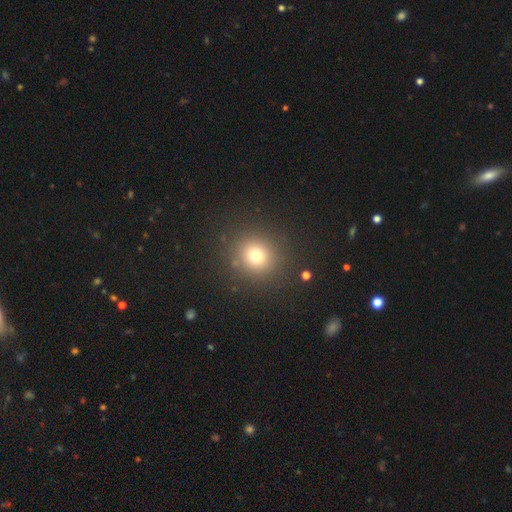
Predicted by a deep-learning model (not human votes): A smooth galaxy with no disk features (73%) that is round (91%).

Vote fractions:
- Smooth or featured? smooth: 73% / star or artifact: 18% / featured or disk: 9%
- How rounded? round: 91% / in between: 8% / cigar-shaped: 1%
- Merging? none: 88% / minor disturbance: 7% / major disturbance: 4% / merger: 2%